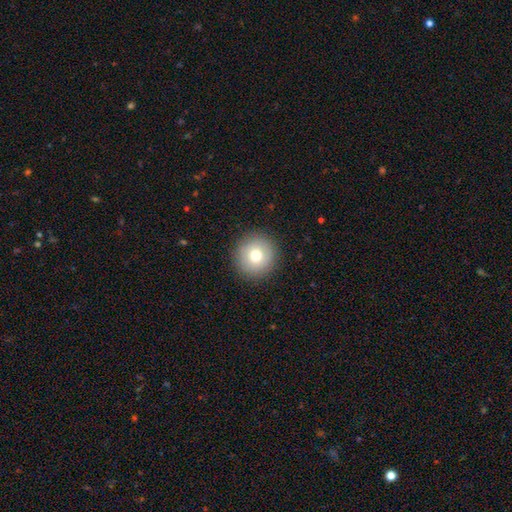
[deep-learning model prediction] Morphology: type=smooth (75%); roundness=round (94%); merging=none (91%).